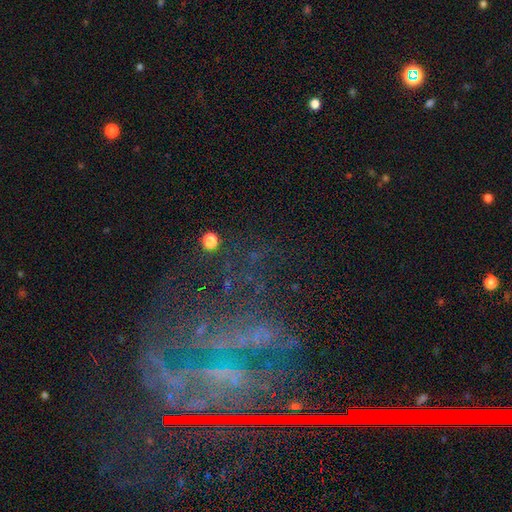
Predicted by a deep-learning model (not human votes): Overall: featured or disk (48%; star or artifact 37%). Merging: none (61%).